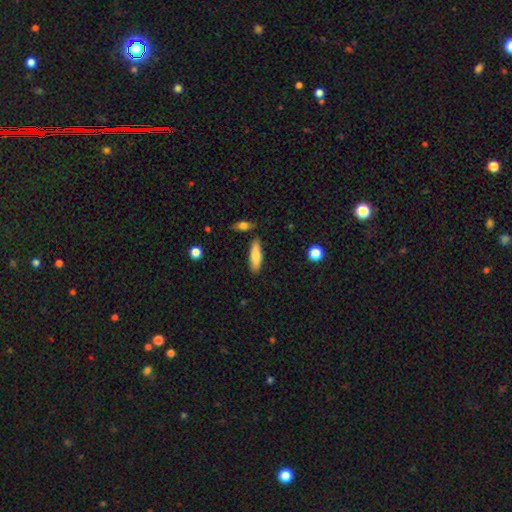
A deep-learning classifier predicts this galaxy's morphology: type=smooth (76%); roundness=cigar-shaped (51%); merging=none (83%).